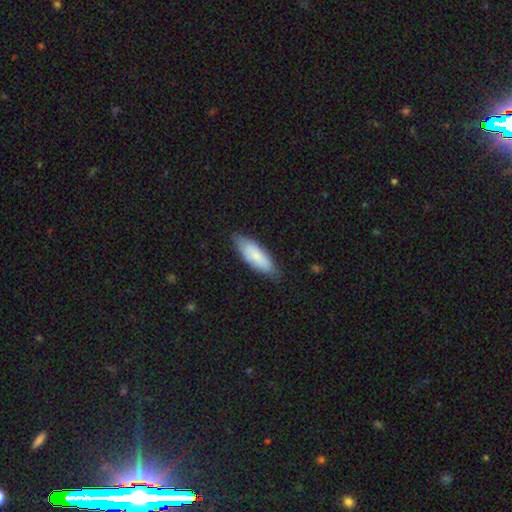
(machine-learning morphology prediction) Overall: smooth (78%). How rounded: in between (67%; cigar-shaped 32%). Merging: none (76%).